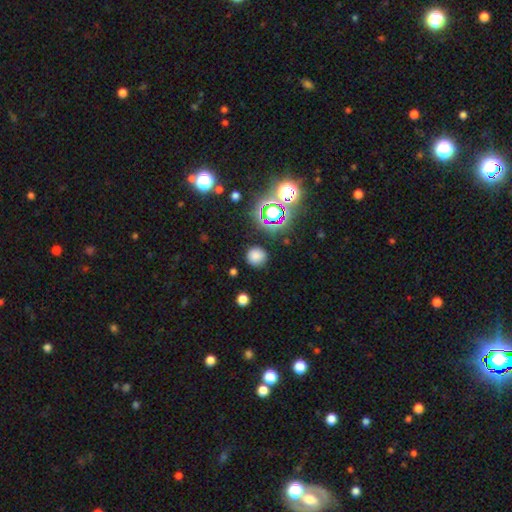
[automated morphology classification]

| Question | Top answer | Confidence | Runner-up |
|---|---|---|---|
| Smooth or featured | smooth | 75% | star or artifact (19%) |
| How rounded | round | 89% | in between (10%) |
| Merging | none | 84% | minor disturbance (10%) |